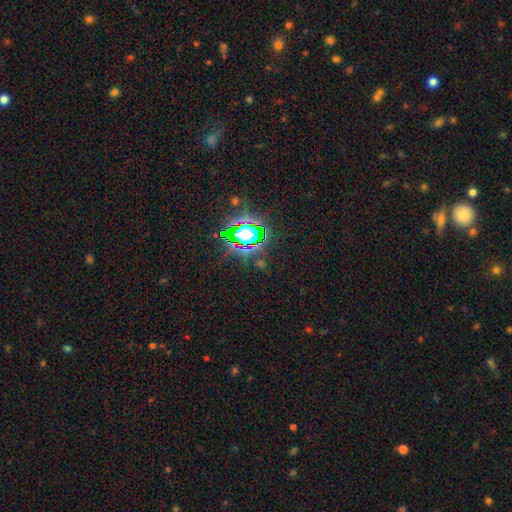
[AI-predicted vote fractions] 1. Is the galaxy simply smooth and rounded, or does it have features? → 81% star or artifact, 12% smooth, 7% featured or disk.